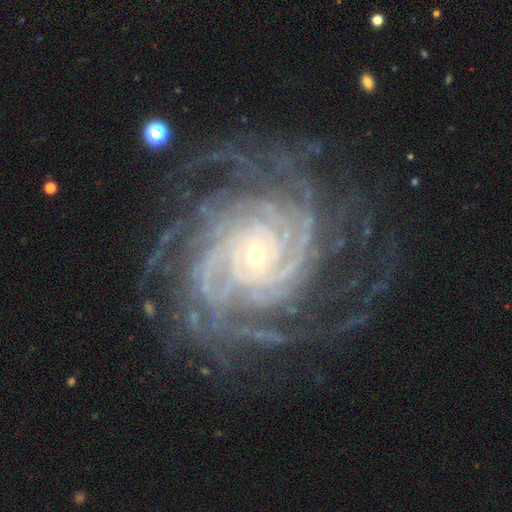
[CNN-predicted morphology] smooth-or-featured: featured or disk: 93% | star or artifact: 5% | smooth: 3%
  disk-edge-on: no: 98% | yes: 2%
    bar: no: 61% | weak: 25% | strong: 14%
    has-spiral-arms: yes: 99% | no: 1%
      spiral-winding: tight: 80% | medium: 17% | loose: 3%
      spiral-arm-count: more than 4: 36% | 4: 19% | can't tell: 16% | 3: 11% | 2: 10% | 1: 8%
    bulge-size: small: 76% | moderate: 20% | large: 2% | none: 1% | dominant: 1%
  merging: none: 75% | minor disturbance: 13% | major disturbance: 10% | merger: 2%